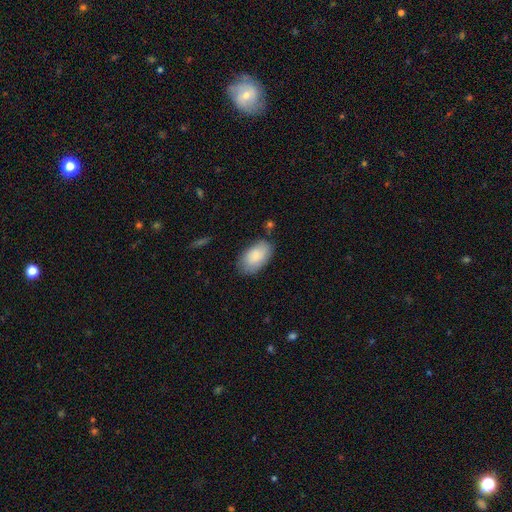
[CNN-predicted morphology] The model was most divided on "merging": none: 75%, minor disturbance: 18%, major disturbance: 4%, merger: 2%. More confident: how rounded — in between (95%); smooth or featured — smooth (84%).